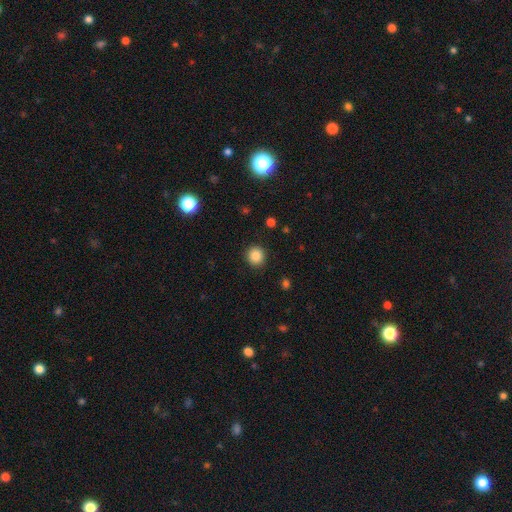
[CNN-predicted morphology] Smooth or featured: smooth — 86% (star or artifact — 10%)
How rounded: round — 90% (in between — 9%)
Merging: none — 91% (minor disturbance — 6%)